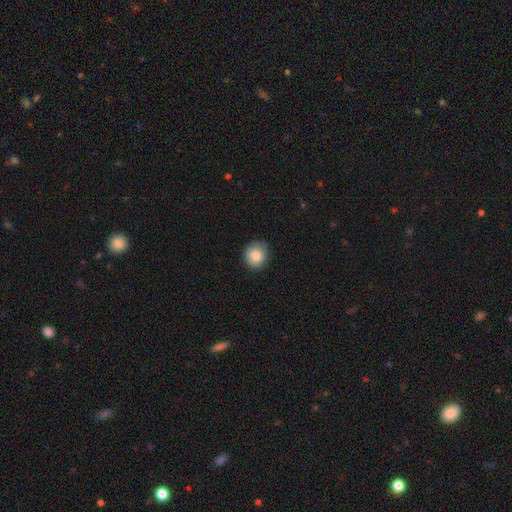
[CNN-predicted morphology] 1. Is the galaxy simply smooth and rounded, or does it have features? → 85% smooth, 8% star or artifact, 7% featured or disk.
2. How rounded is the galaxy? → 83% round, 16% in between, 1% cigar-shaped.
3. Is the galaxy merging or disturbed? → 81% none, 15% minor disturbance, 3% major disturbance, 1% merger.